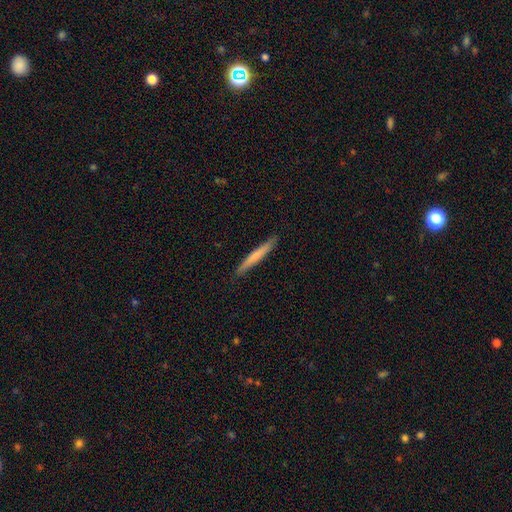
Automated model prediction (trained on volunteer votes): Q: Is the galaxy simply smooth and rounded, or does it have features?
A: smooth — 65%.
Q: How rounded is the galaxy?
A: cigar-shaped — 96%.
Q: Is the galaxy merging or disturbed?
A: none — 88%.